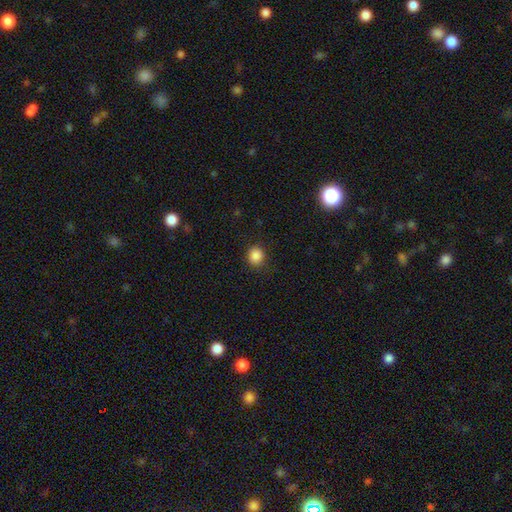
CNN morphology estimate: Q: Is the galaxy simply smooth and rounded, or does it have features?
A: smooth — 86%.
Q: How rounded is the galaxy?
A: round — 88%.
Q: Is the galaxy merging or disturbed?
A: none — 88%.